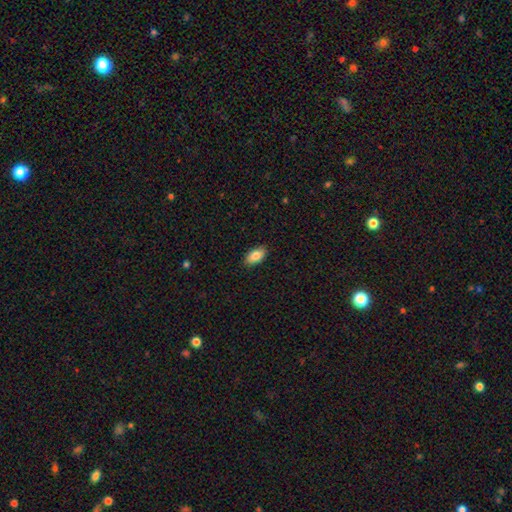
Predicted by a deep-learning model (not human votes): This is clearly a smooth galaxy (85%). How rounded: clearly in between (93%). Merging: clearly none (89%).